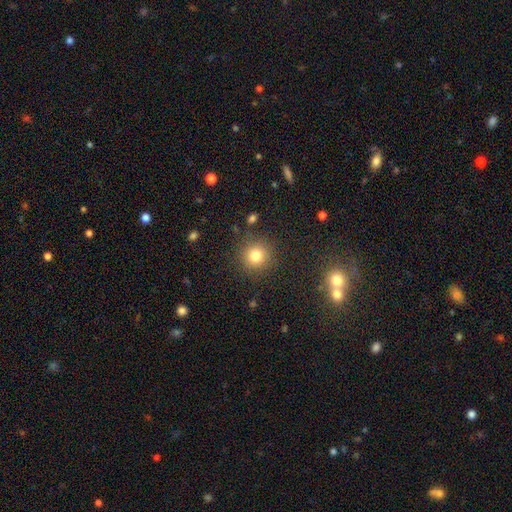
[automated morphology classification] Q: Smooth or featured?
A: smooth (80%); runner-up: star or artifact (13%)
Q: How rounded?
A: round (93%); runner-up: in between (6%)
Q: Merging?
A: none (87%); runner-up: minor disturbance (8%)